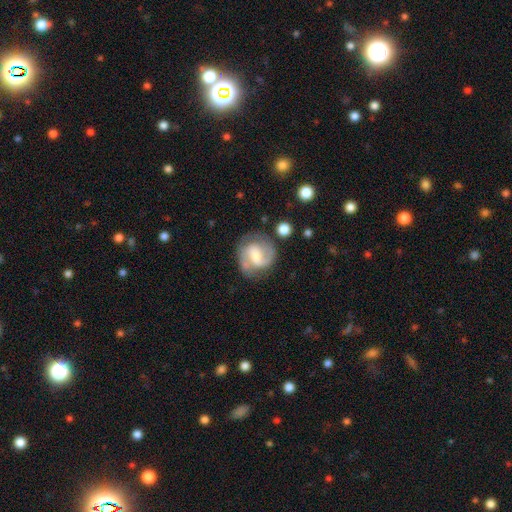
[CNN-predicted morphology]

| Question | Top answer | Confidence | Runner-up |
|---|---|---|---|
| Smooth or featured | featured or disk | 76% | smooth (18%) |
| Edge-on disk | no | 98% | yes (2%) |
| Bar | weak | 52% | no (32%) |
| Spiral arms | yes | 94% | no (6%) |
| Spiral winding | medium | 51% | tight (30%) |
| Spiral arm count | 2 | 82% | can't tell (7%) |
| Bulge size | moderate | 45% | small (38%) |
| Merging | none | 68% | minor disturbance (20%) |